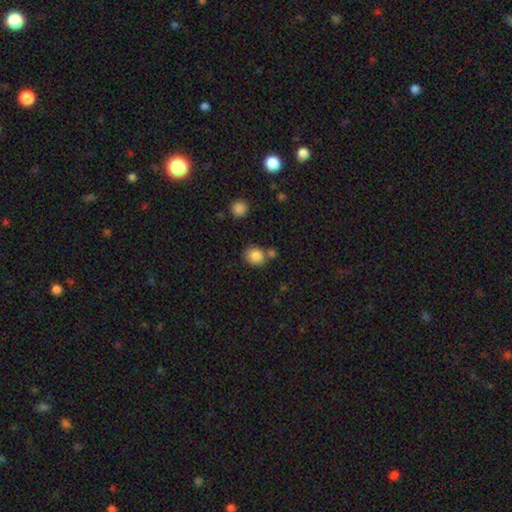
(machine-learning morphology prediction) A smooth galaxy with no disk features (84%) that is round (75%). Merging: none (66%).